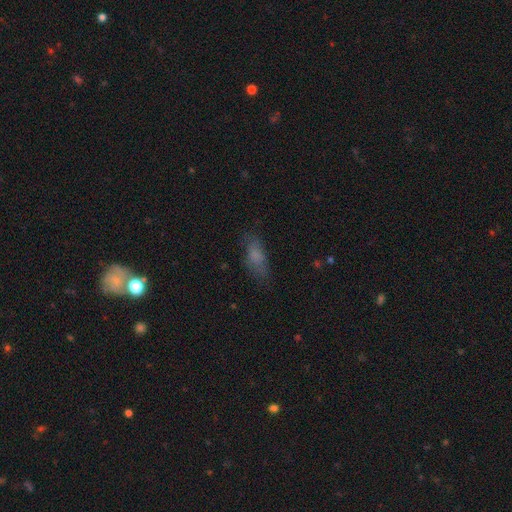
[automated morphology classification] Smooth or featured? smooth (71%)
How rounded? in between (64%)
Merging? none (69%)